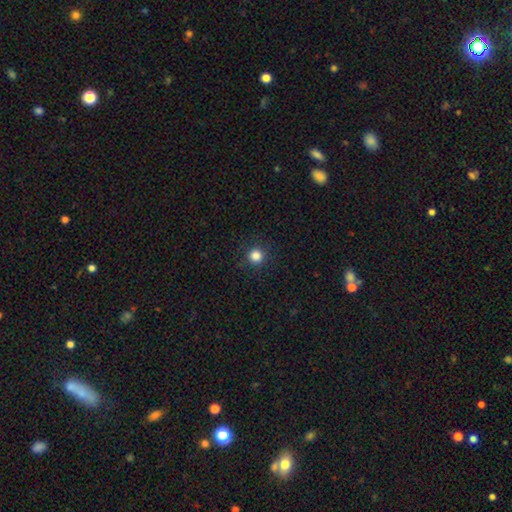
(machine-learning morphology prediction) Smooth or featured: smooth — 84% (star or artifact — 12%)
How rounded: round — 95% (in between — 4%)
Merging: none — 91% (minor disturbance — 6%)